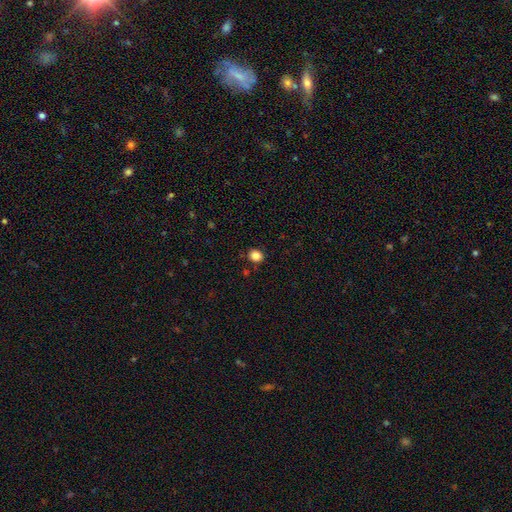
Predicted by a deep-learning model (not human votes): This is clearly a smooth galaxy (84%). How rounded: likely round (76%). Merging: clearly none (87%).